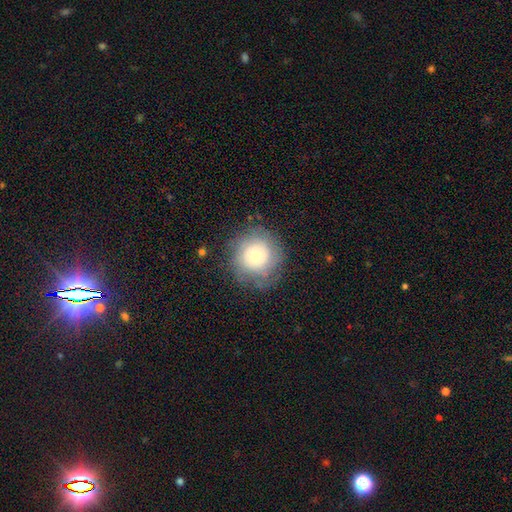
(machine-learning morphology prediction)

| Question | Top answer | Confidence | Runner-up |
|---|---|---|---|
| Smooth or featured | smooth | 64% | featured or disk (27%) |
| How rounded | round | 94% | in between (5%) |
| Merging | none | 77% | minor disturbance (15%) |